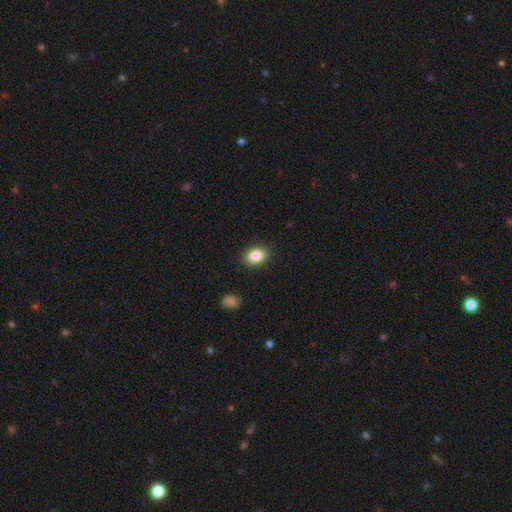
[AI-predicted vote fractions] smooth 86%, star or artifact 9%, featured or disk 5%. Down the decision tree: how rounded — in between (74%); merging — none (88%).